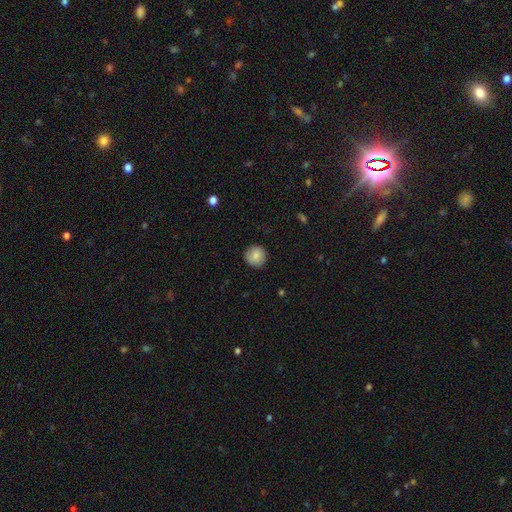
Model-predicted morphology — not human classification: smooth_or_featured: smooth (p=0.84) [alt: featured or disk p=0.08]
how_rounded: round (p=0.94) [alt: in between p=0.05]
merging: none (p=0.89) [alt: minor disturbance p=0.08]